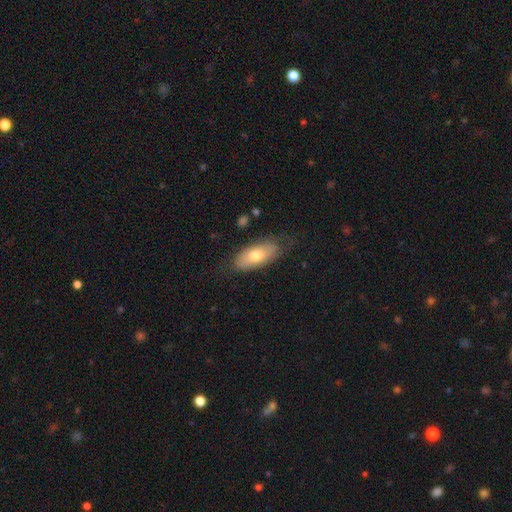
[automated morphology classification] A smooth galaxy with no disk features (68%) that is in between round and cigar-shaped (86%).

Vote fractions:
- Smooth or featured? smooth: 68% / featured or disk: 26% / star or artifact: 6%
- How rounded? in between: 86% / cigar-shaped: 11% / round: 3%
- Merging? none: 72% / minor disturbance: 20% / major disturbance: 6% / merger: 2%